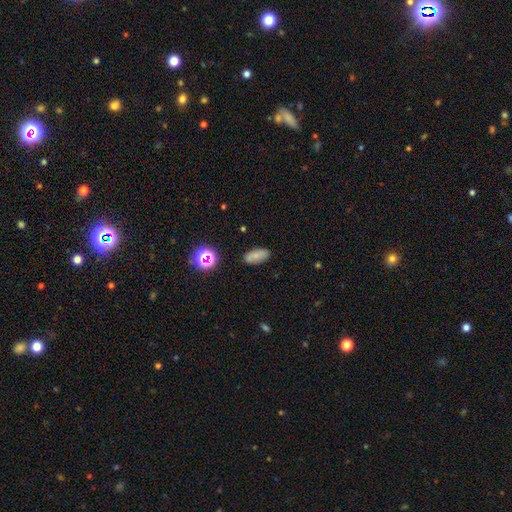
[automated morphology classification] Smooth or featured? smooth (72%)
How rounded? in between (88%)
Merging? none (84%)